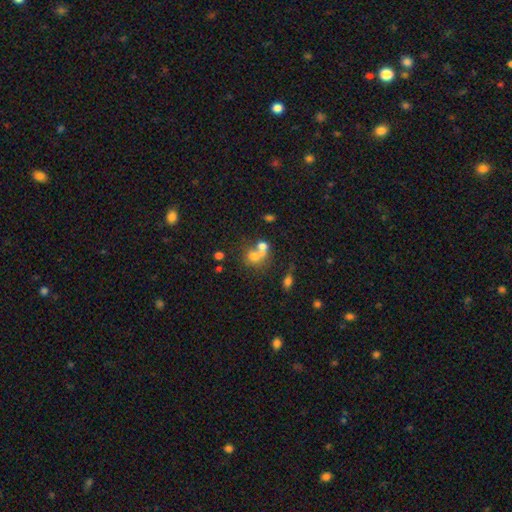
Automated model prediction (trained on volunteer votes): smooth-or-featured: smooth: 61% | featured or disk: 23% | star or artifact: 16%
  how-rounded: round: 67% | in between: 32% | cigar-shaped: 1%
  merging: merger: 57% | none: 28% | minor disturbance: 8% | major disturbance: 6%